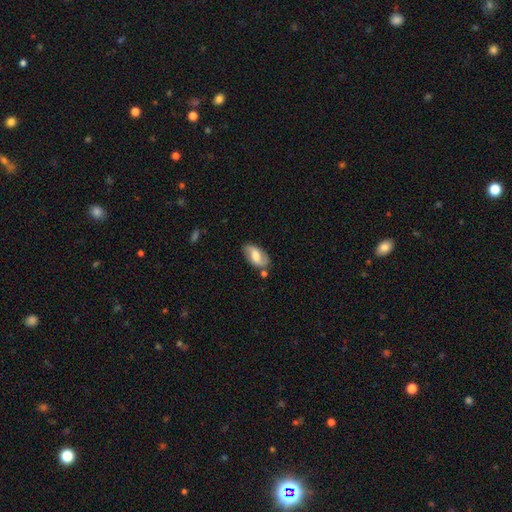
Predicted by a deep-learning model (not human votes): Smooth or featured? featured or disk (55%)
Edge-on disk? no (95%)
Bar? weak (47%)
Spiral arms? yes (86%)
Bulge size? moderate (52%)
Merging? none (70%)